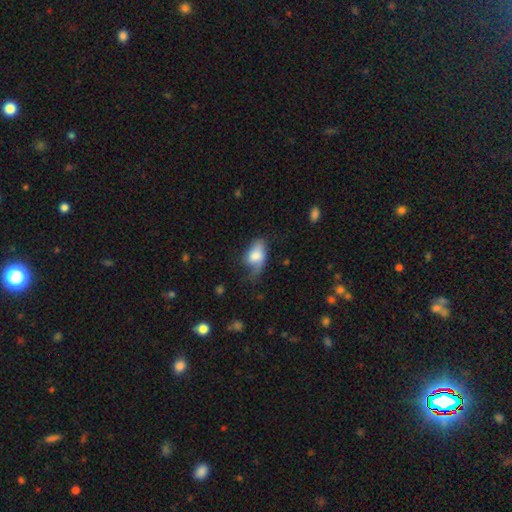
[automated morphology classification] A smooth galaxy with no disk features (73%) that is in between round and cigar-shaped (90%). Merging: minor disturbance (38%).